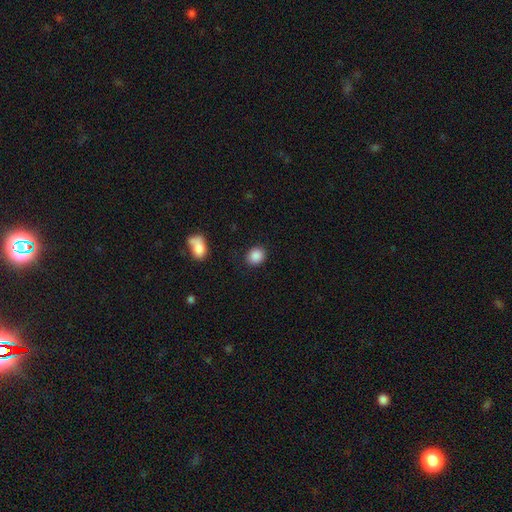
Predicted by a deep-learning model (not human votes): The model was most divided on "how rounded": round: 68%, in between: 31%, cigar-shaped: 1%. More confident: smooth or featured — smooth (88%); merging — none (86%).